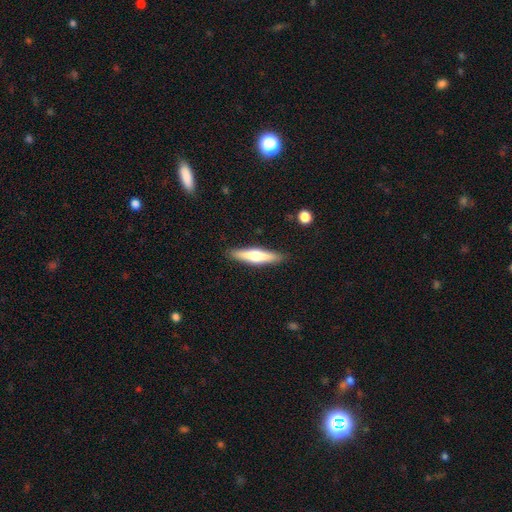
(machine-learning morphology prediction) smooth-or-featured: smooth: 54% | featured or disk: 41% | star or artifact: 5%
  how-rounded: cigar-shaped: 78% | in between: 20% | round: 2%
  merging: none: 89% | minor disturbance: 8% | major disturbance: 2% | merger: 1%